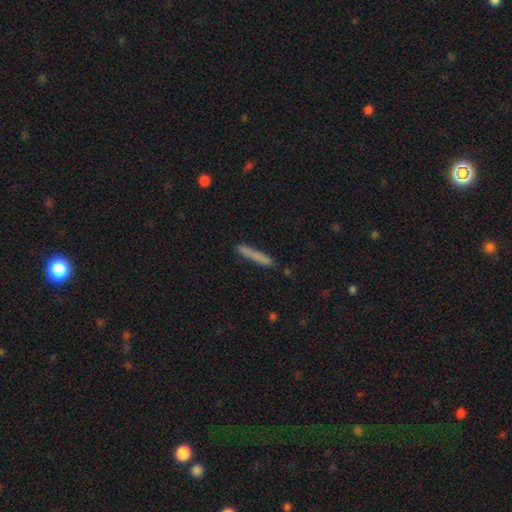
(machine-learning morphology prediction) type=smooth (77%); roundness=cigar-shaped (95%); merging=none (85%).